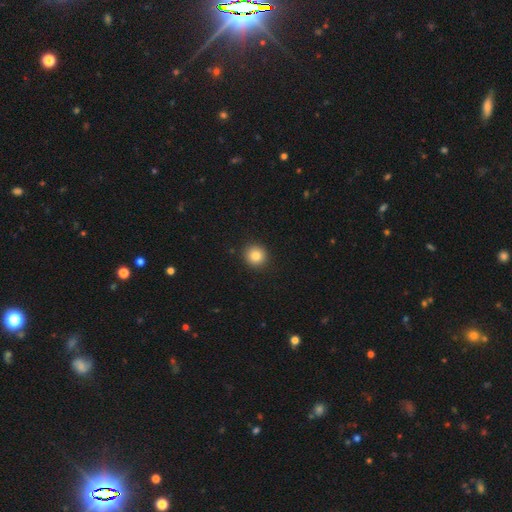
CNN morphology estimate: This is clearly a smooth galaxy (84%). How rounded: clearly round (92%). Merging: clearly none (92%).